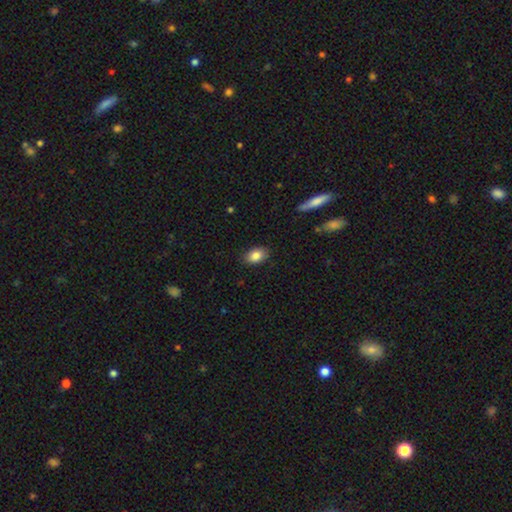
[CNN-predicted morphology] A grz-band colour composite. It shows a smooth galaxy with no disk features (85%) that is in between round and cigar-shaped (86%). Merging: none (88%).